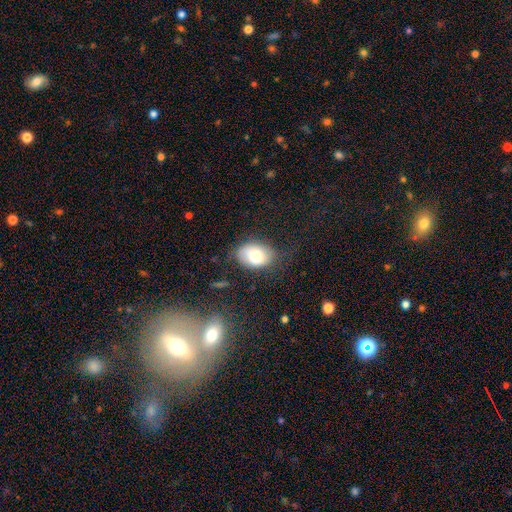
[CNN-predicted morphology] Smooth or featured? smooth (74%)
How rounded? in between (80%)
Merging? none (71%)